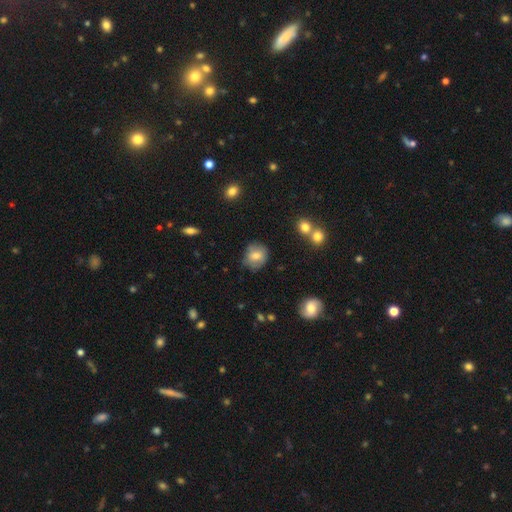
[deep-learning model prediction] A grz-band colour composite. It shows a smooth galaxy with no disk features (70%) that is round (76%). Merging: none (74%).